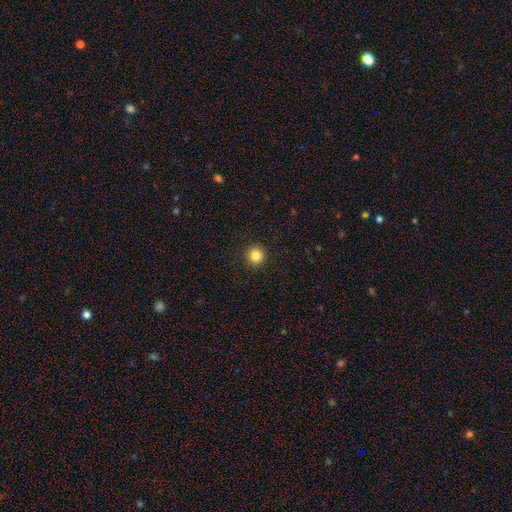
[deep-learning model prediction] smooth_or_featured: smooth (p=0.84) [alt: star or artifact p=0.11]
how_rounded: round (p=0.95) [alt: in between p=0.04]
merging: none (p=0.93) [alt: minor disturbance p=0.05]